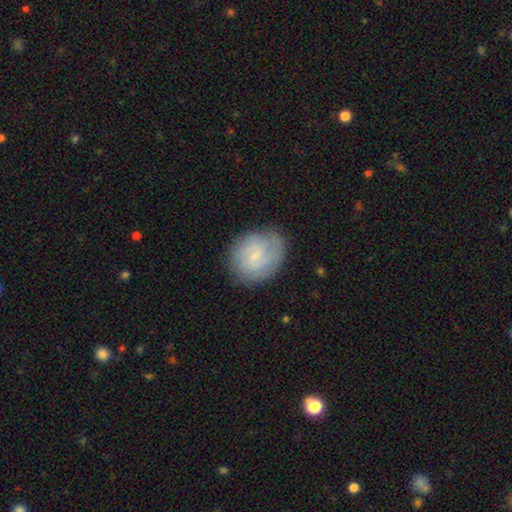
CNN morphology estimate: Smooth or featured: featured or disk — 51% (smooth — 42%)
Edge-on disk: no — 97% (yes — 3%)
Merging: none — 75% (minor disturbance — 18%)